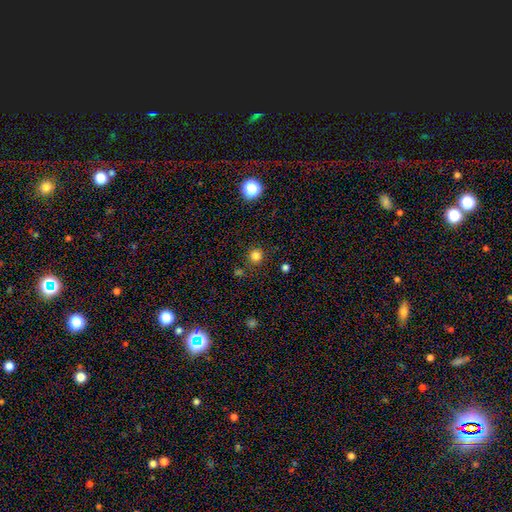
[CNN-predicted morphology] A smooth galaxy with no disk features (80%) that is round (95%).

Vote fractions:
- Smooth or featured? smooth: 80% / star or artifact: 16% / featured or disk: 4%
- How rounded? round: 95% / in between: 4% / cigar-shaped: 1%
- Merging? none: 88% / minor disturbance: 7% / merger: 3% / major disturbance: 3%